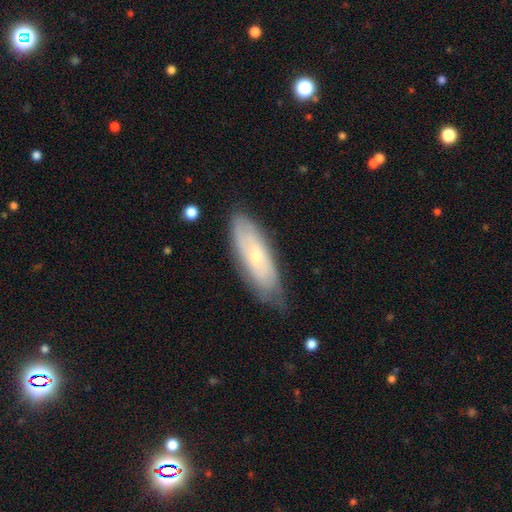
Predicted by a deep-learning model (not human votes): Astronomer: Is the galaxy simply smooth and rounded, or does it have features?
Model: featured or disk — 52% (runner-up: smooth, 42%).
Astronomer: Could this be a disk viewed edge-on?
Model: no — 78%.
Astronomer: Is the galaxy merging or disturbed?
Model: none — 68%.